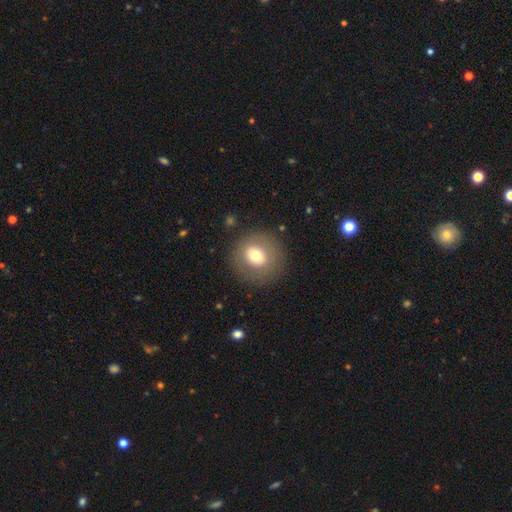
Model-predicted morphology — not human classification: smooth 67%, featured or disk 23%, star or artifact 10%. Down the decision tree: how rounded — round (88%); merging — none (84%).